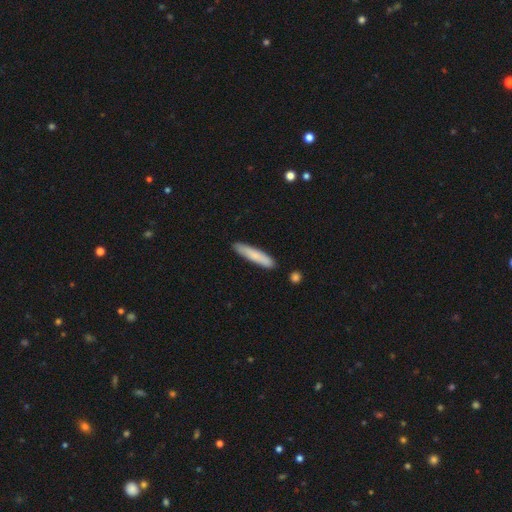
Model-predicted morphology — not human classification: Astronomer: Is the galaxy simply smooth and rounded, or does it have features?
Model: smooth — 79%.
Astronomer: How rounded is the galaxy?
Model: cigar-shaped — 90%.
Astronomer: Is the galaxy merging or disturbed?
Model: none — 87%.